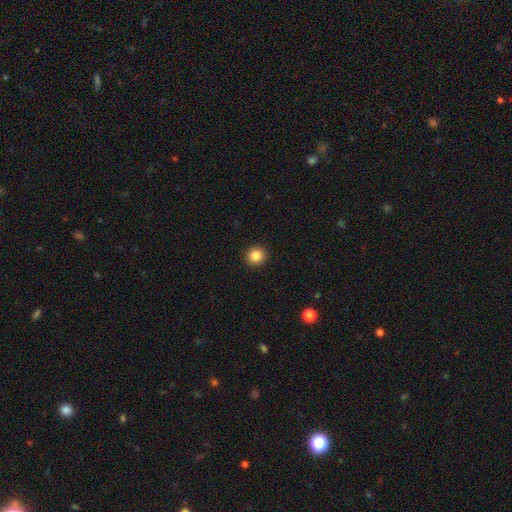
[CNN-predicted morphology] Smooth or featured? smooth (86%)
How rounded? round (91%)
Merging? none (93%)